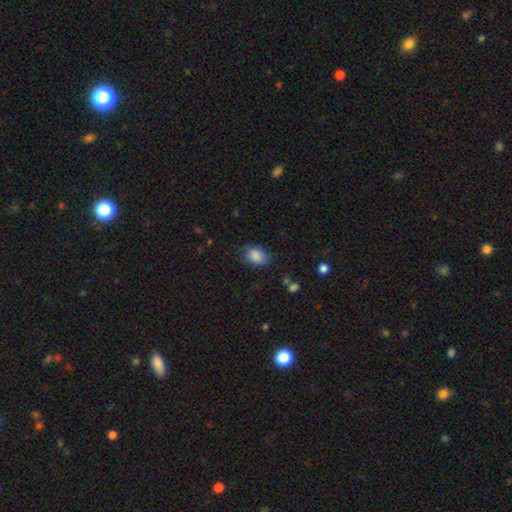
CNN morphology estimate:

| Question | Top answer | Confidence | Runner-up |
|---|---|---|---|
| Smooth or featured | smooth | 85% | star or artifact (8%) |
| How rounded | in between | 75% | round (24%) |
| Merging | none | 64% | minor disturbance (26%) |